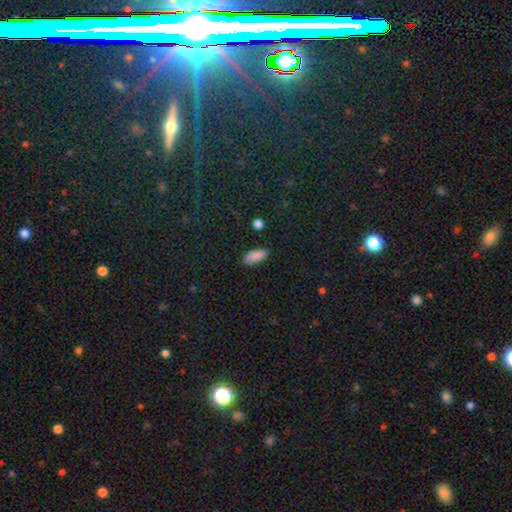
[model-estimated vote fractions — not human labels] Morphology: type=smooth (87%); roundness=in between (85%); merging=none (81%).